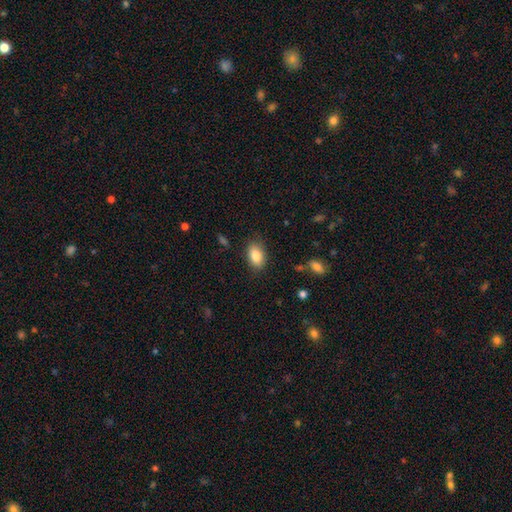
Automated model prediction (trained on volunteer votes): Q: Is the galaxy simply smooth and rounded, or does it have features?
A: smooth — 84%.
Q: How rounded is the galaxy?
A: in between — 89%.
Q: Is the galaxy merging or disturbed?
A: none — 84%.